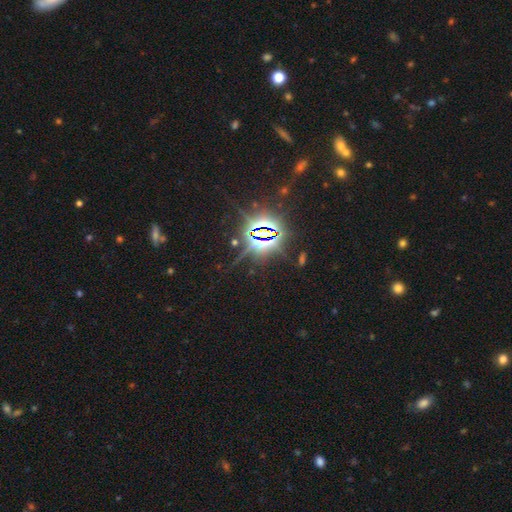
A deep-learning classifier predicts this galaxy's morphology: Smooth or featured? star or artifact (85%)